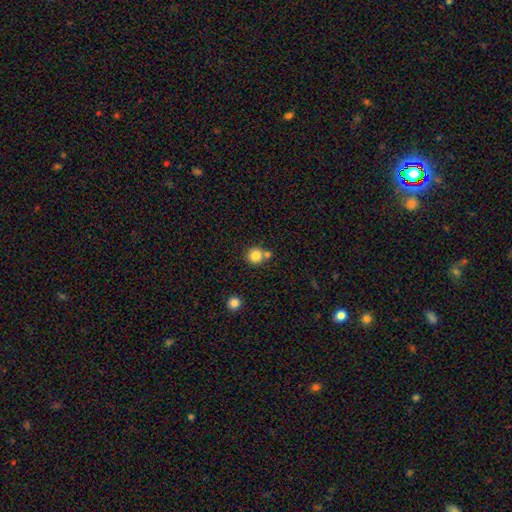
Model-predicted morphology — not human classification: Smooth or featured: smooth — 82% (star or artifact — 11%)
How rounded: round — 92% (in between — 7%)
Merging: none — 64% (merger — 25%)